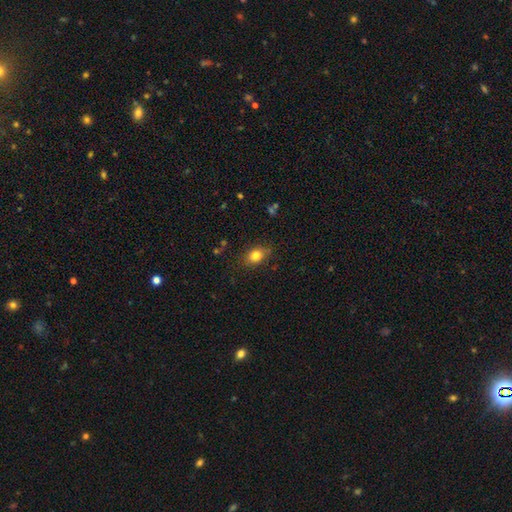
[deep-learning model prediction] This is clearly a smooth galaxy (82%). How rounded: likely in between (66%). Merging: clearly none (81%).